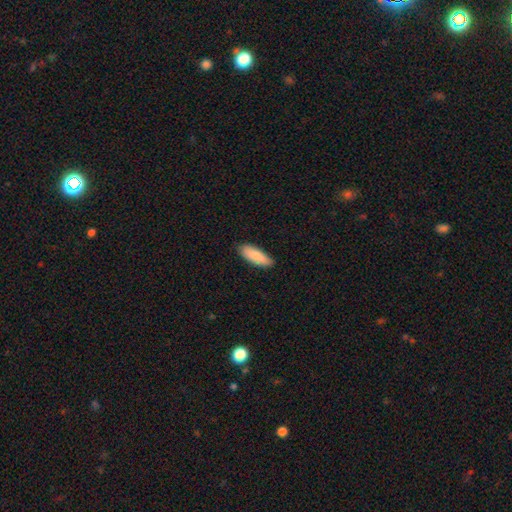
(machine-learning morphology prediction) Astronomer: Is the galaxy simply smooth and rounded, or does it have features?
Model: smooth — 85%.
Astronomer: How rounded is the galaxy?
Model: in between — 64%.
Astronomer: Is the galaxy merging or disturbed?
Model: none — 84%.